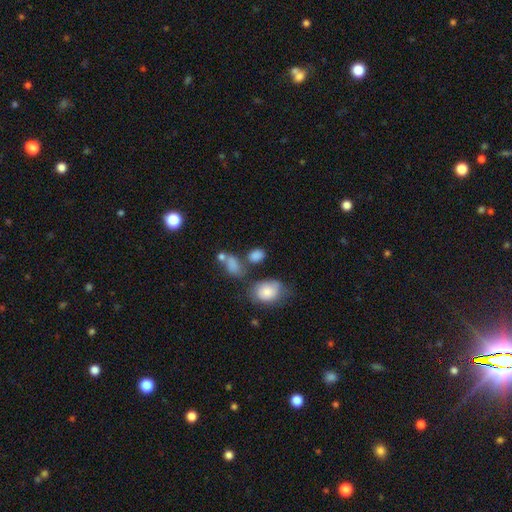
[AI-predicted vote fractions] The model was most divided on "merging": none: 49%, merger: 25%, minor disturbance: 17%, major disturbance: 9%. More confident: smooth or featured — smooth (81%); how rounded — in between (73%).